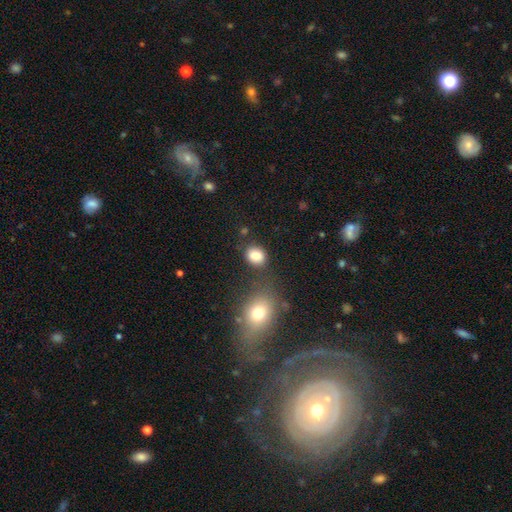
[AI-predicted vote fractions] The model was most divided on "how rounded": round: 52%, in between: 47%, cigar-shaped: 1%. More confident: smooth or featured — smooth (83%); merging — none (76%).